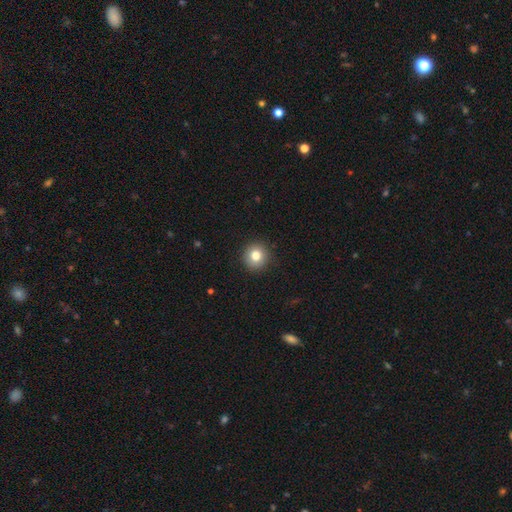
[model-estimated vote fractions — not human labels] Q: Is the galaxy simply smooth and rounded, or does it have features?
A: smooth — 81%.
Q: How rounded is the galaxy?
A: round — 93%.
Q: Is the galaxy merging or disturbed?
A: none — 91%.